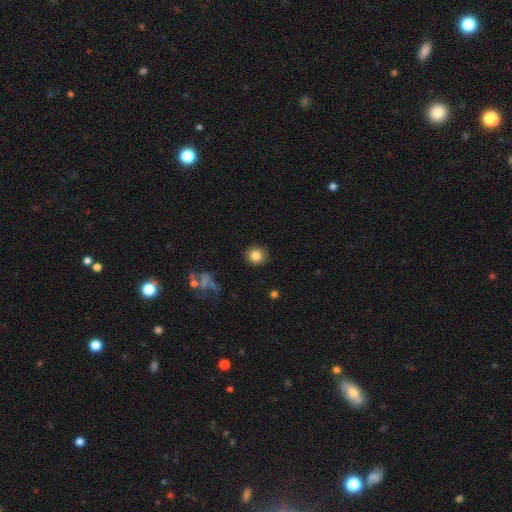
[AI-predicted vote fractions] A smooth galaxy with no disk features (83%) that is round (89%).

Vote fractions:
- Smooth or featured? smooth: 83% / star or artifact: 11% / featured or disk: 7%
- How rounded? round: 89% / in between: 10% / cigar-shaped: 1%
- Merging? none: 90% / minor disturbance: 7% / major disturbance: 2% / merger: 1%